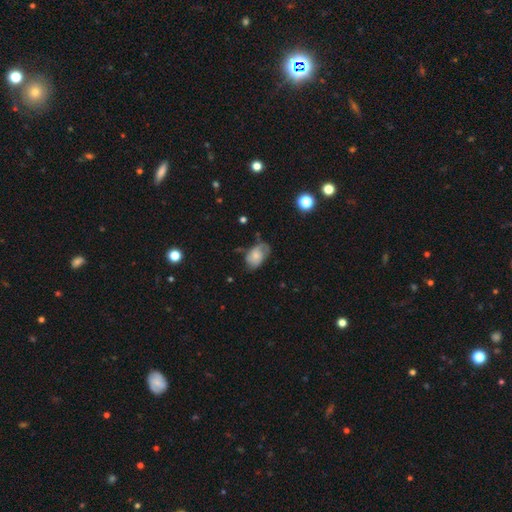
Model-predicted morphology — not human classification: Q: Smooth or featured?
A: smooth (57%); runner-up: featured or disk (34%)
Q: How rounded?
A: in between (85%); runner-up: round (13%)
Q: Merging?
A: none (47%); runner-up: minor disturbance (35%)